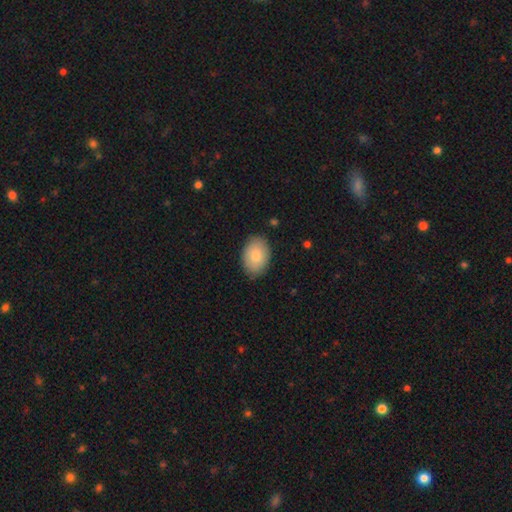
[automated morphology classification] Smooth or featured? Predicted: smooth (p=0.80). How rounded? Predicted: in between (p=0.84). Merging? Predicted: none (p=0.86).